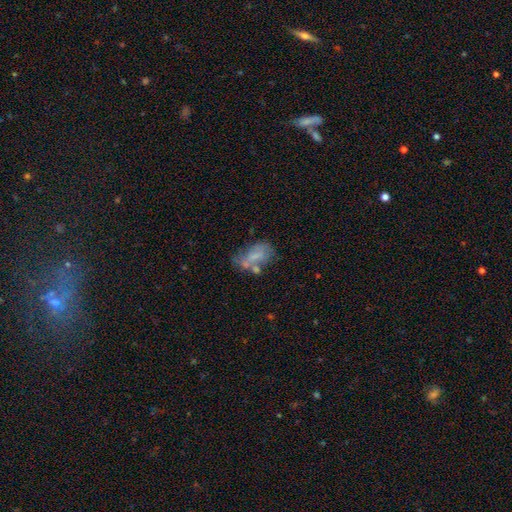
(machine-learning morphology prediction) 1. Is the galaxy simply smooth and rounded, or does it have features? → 47% smooth, 42% featured or disk, 10% star or artifact.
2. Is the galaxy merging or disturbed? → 33% none, 25% minor disturbance, 21% merger, 21% major disturbance.